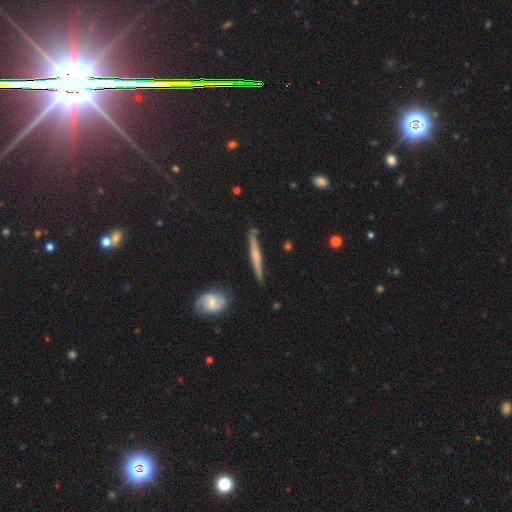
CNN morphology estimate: The model was most divided on "edge-on bulge": none: 56%, rounded: 31%, boxy: 13%. More confident: edge-on disk — yes (93%); merging — none (85%); smooth or featured — featured or disk (64%).